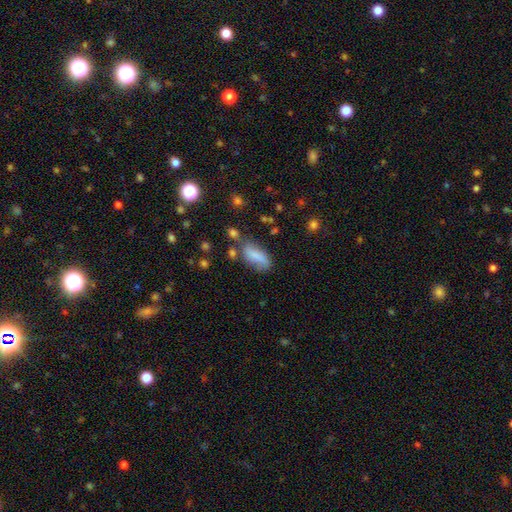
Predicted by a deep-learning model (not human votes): Smooth or featured: smooth — 75% (featured or disk — 17%)
How rounded: in between — 77% (cigar-shaped — 19%)
Merging: none — 55% (minor disturbance — 26%)